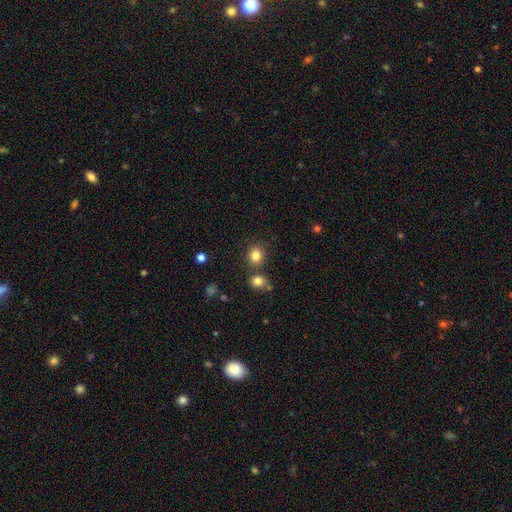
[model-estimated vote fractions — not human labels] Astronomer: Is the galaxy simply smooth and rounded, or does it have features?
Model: smooth — 82%.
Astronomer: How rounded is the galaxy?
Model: round — 79%.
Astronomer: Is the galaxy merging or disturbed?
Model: none — 73%.